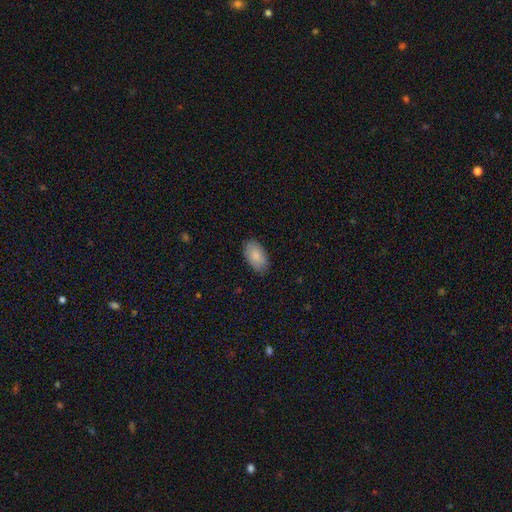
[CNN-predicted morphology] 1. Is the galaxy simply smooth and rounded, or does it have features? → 86% smooth, 8% featured or disk, 6% star or artifact.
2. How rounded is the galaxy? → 94% in between, 4% round, 1% cigar-shaped.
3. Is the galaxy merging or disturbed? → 84% none, 12% minor disturbance, 2% major disturbance, 1% merger.